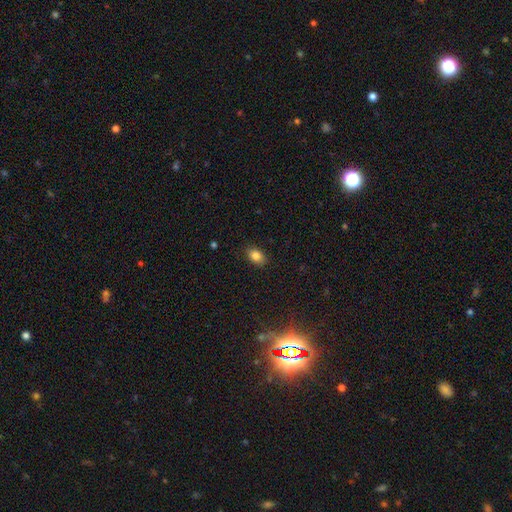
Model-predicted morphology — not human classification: smooth-or-featured: smooth: 83% | star or artifact: 10% | featured or disk: 7%
  how-rounded: in between: 83% | round: 15% | cigar-shaped: 2%
  merging: none: 87% | minor disturbance: 10% | major disturbance: 2% | merger: 1%